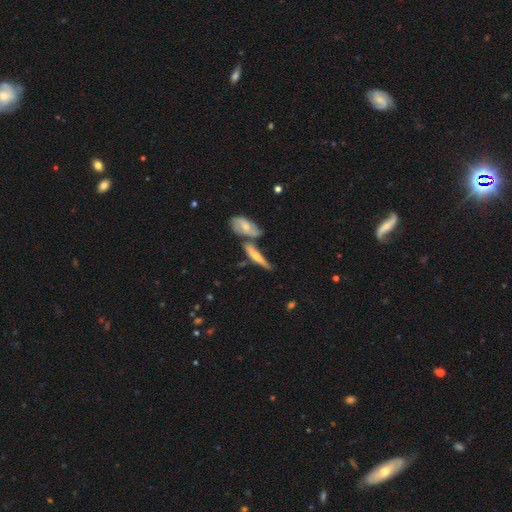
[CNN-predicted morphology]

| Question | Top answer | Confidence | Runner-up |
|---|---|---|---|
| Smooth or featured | featured or disk | 50% | smooth (44%) |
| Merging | none | 50% | merger (31%) |